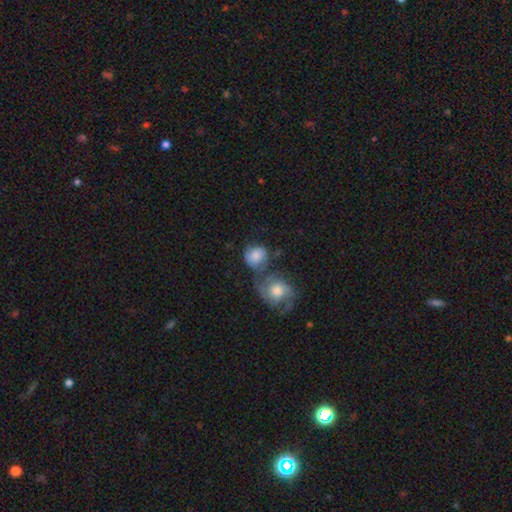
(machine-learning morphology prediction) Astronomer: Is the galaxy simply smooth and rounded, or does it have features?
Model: smooth — 59%.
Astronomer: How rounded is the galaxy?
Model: round — 73%.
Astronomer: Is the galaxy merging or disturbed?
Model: merger — 40% (runner-up: none, 34%).